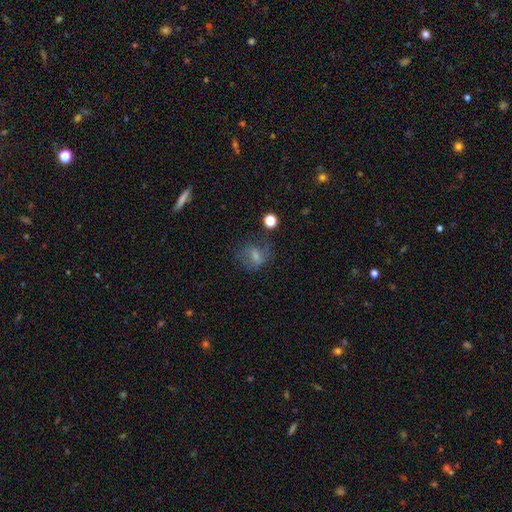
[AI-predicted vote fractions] Morphology: type=smooth (40%); merging=none (63%).